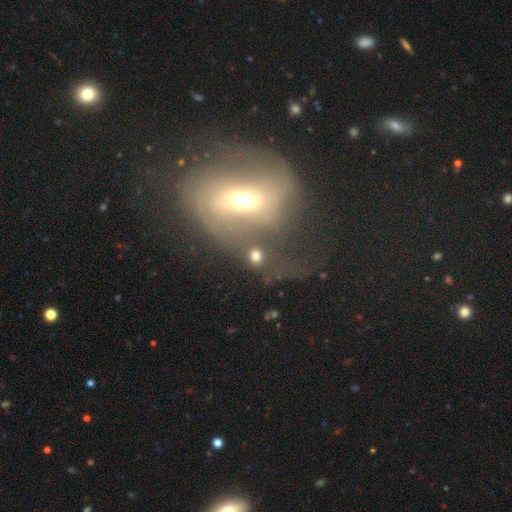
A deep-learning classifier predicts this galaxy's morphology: The model was most divided on "how rounded": round: 63%, in between: 34%, cigar-shaped: 2%. More confident: smooth or featured — smooth (69%); merging — none (53%).